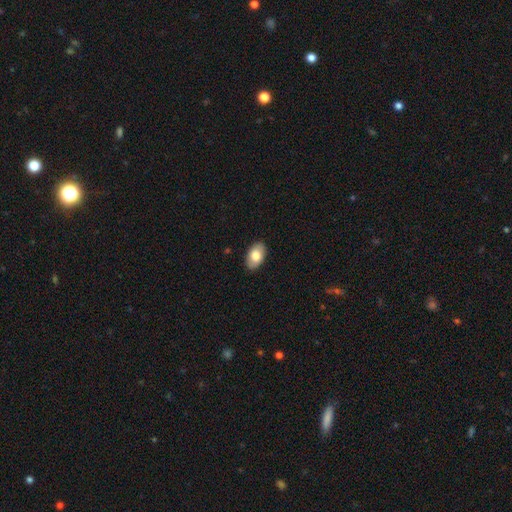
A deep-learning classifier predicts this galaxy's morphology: Q: Smooth or featured?
A: smooth (78%); runner-up: featured or disk (16%)
Q: How rounded?
A: in between (93%); runner-up: round (6%)
Q: Merging?
A: none (88%); runner-up: minor disturbance (9%)